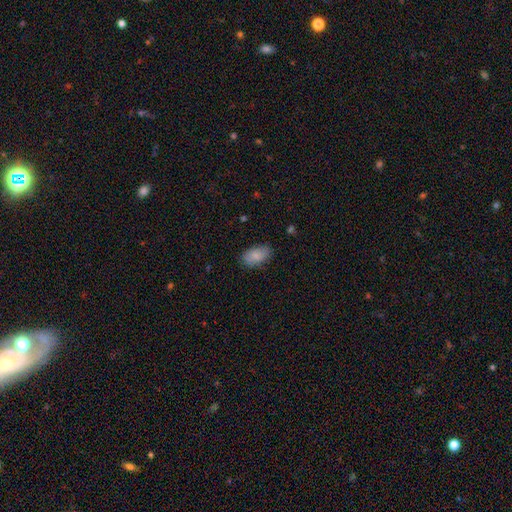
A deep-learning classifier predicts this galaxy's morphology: The model was most divided on "merging": none: 80%, minor disturbance: 15%, major disturbance: 3%, merger: 1%. More confident: how rounded — in between (93%); smooth or featured — smooth (86%).